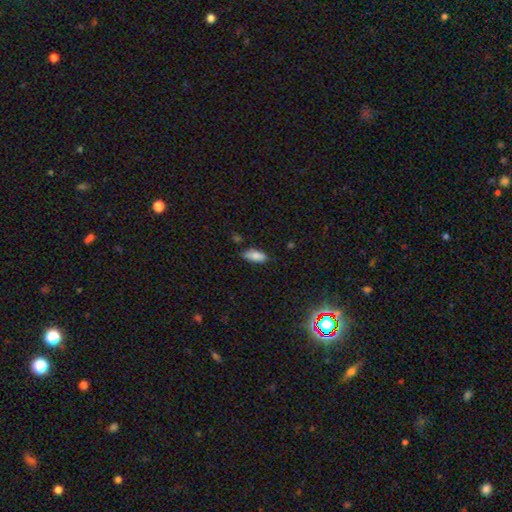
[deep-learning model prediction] A smooth galaxy with no disk features (85%) that is in between round and cigar-shaped (83%). Merging: none (75%).